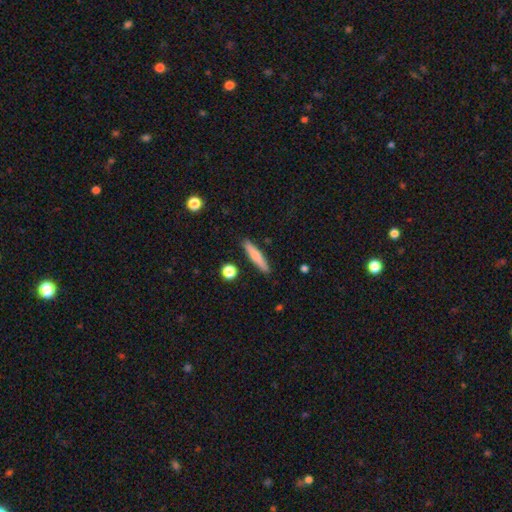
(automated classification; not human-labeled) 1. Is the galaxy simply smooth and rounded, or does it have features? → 73% smooth, 21% featured or disk, 6% star or artifact.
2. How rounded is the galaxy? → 90% cigar-shaped, 9% in between, 2% round.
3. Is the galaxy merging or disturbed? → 88% none, 8% minor disturbance, 2% merger, 2% major disturbance.